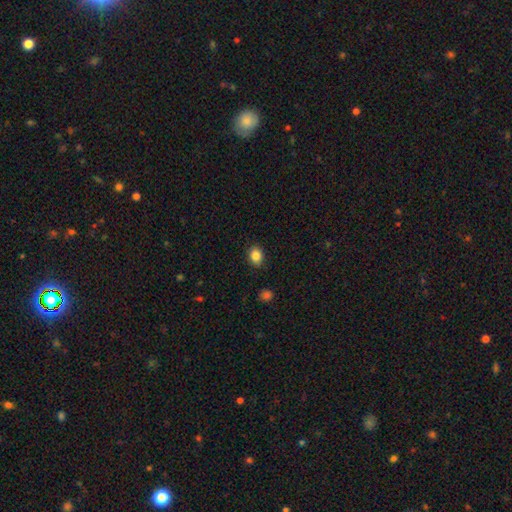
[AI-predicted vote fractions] The model was most divided on "how rounded": round: 51%, in between: 48%, cigar-shaped: 1%. More confident: merging — none (88%); smooth or featured — smooth (85%).